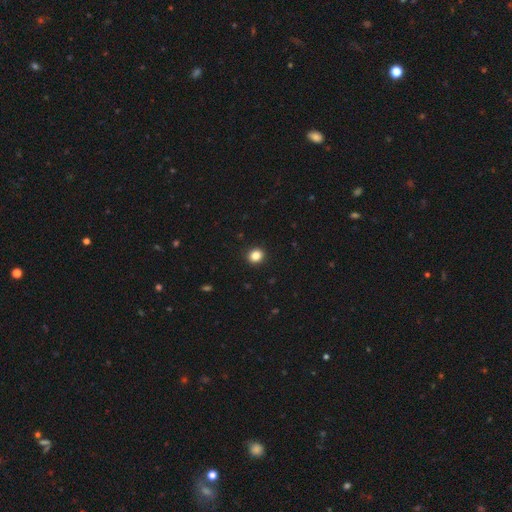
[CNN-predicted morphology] Overall: smooth (85%). How rounded: round (81%). Merging: none (92%).